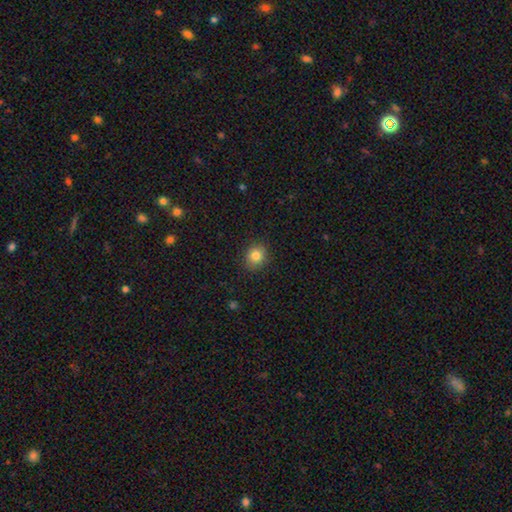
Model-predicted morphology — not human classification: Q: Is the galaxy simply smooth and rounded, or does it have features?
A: smooth — 82%.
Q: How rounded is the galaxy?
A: round — 72%.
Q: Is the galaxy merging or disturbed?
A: none — 89%.